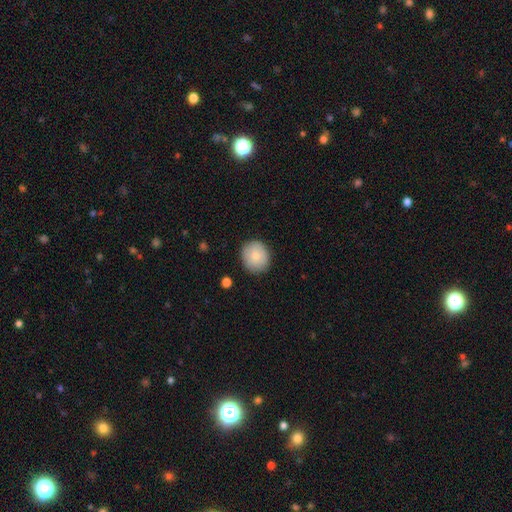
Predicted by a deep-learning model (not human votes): This is likely a smooth galaxy (77%). How rounded: clearly round (81%). Merging: clearly none (87%).